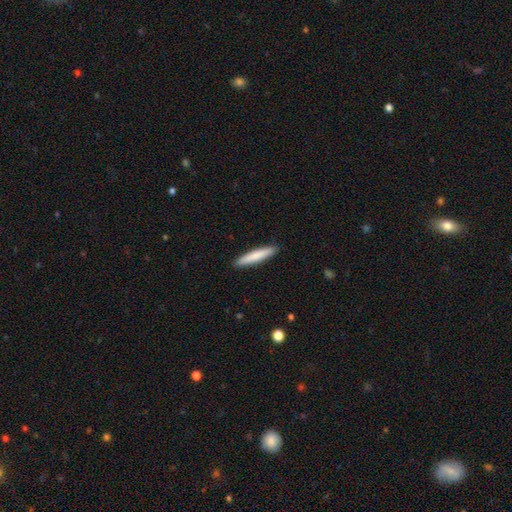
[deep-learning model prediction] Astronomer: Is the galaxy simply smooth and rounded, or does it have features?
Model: smooth — 79%.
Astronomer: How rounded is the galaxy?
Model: cigar-shaped — 92%.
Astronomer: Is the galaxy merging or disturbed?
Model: none — 92%.